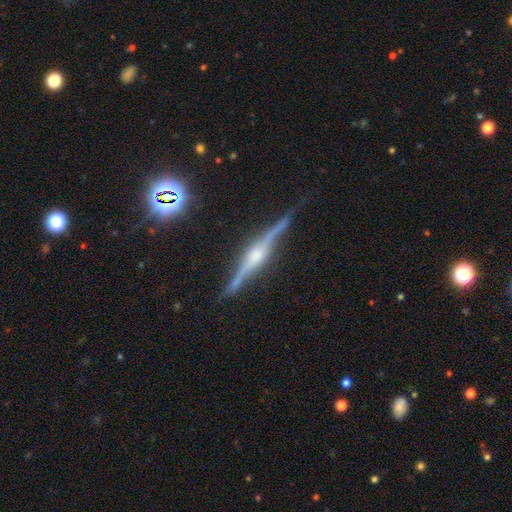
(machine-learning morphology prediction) Overall: featured or disk (87%). Edge-on disk: yes (98%). Edge-on bulge: rounded (77%). Merging: none (84%).